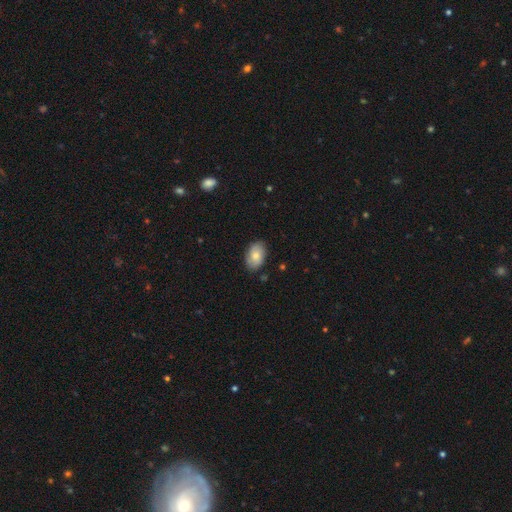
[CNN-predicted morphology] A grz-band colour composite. It shows a smooth galaxy with no disk features (75%) that is in between round and cigar-shaped (89%). Merging: none (83%).